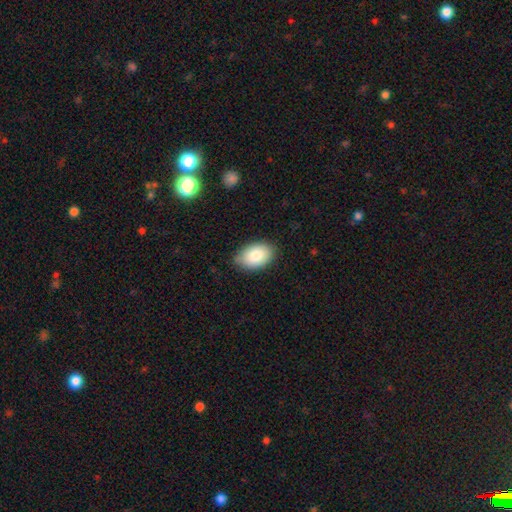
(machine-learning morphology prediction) This appears to be a smooth galaxy with no disk features (84%) that is in between round and cigar-shaped (91%). Merging: none (82%).